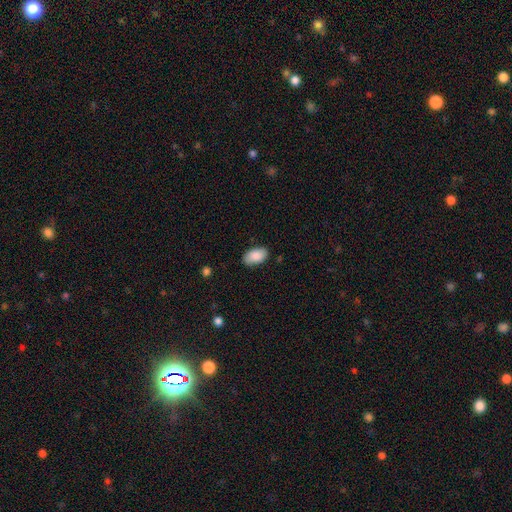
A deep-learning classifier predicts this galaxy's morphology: Overall: smooth (88%). How rounded: in between (95%). Merging: none (84%).